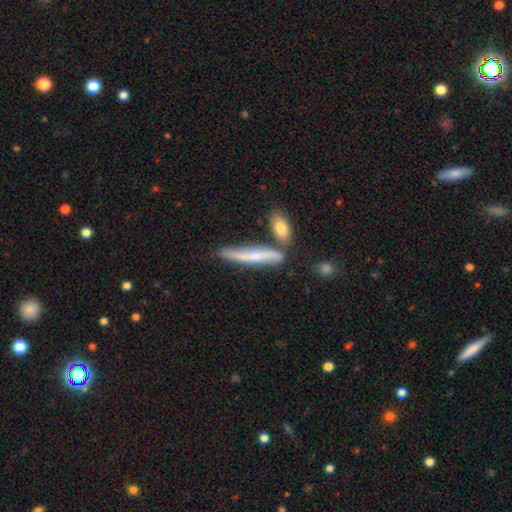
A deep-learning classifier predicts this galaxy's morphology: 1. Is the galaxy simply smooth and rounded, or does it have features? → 50% featured or disk, 43% smooth, 7% star or artifact.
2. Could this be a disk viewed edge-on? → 79% yes, 21% no.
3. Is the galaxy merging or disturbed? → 59% none, 18% minor disturbance, 18% merger, 5% major disturbance.